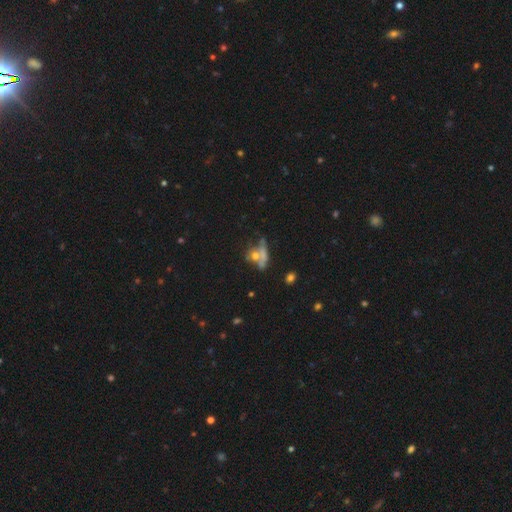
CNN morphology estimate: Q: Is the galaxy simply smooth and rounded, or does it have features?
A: smooth — 52%.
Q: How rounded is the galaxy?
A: round — 44%.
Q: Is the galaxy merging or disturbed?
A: merger — 36%.